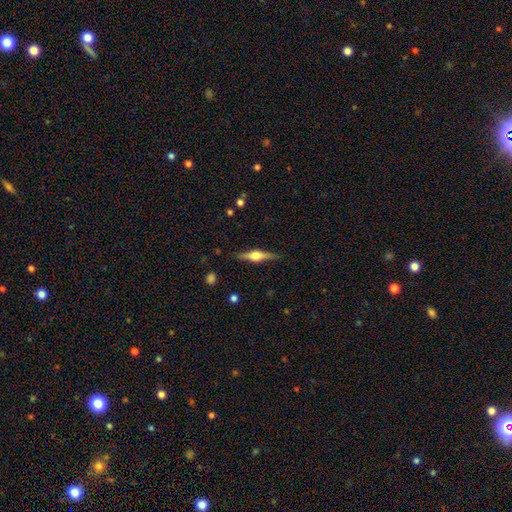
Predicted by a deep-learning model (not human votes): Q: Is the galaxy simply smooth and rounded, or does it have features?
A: featured or disk — 72%.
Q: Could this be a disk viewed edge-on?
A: yes — 97%.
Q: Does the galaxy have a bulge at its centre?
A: rounded — 92%.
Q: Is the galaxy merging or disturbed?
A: none — 88%.